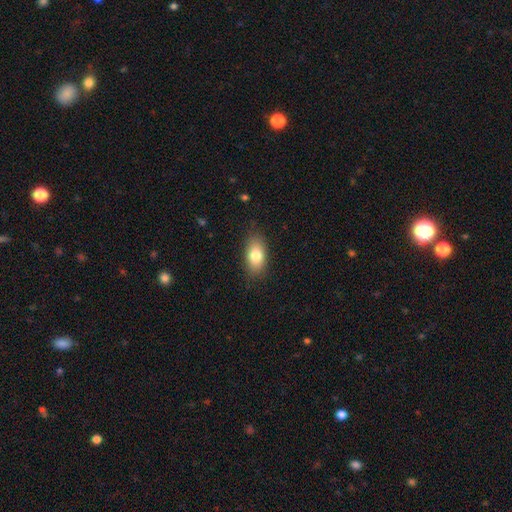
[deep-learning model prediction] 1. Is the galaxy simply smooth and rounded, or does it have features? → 80% smooth, 13% featured or disk, 8% star or artifact.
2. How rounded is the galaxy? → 88% in between, 7% round, 5% cigar-shaped.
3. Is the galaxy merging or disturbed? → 85% none, 12% minor disturbance, 3% major disturbance, 1% merger.